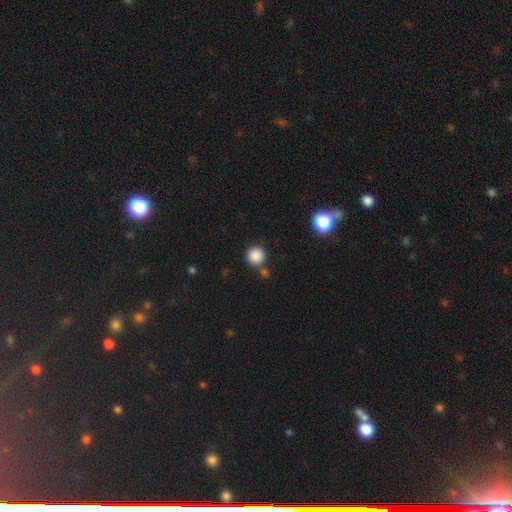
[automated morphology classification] Overall: smooth (87%). How rounded: round (95%). Merging: none (79%).